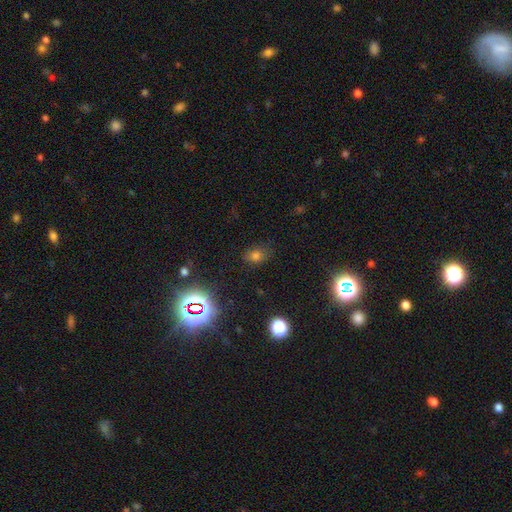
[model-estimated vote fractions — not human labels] smooth 68%, star or artifact 24%, featured or disk 8%. Down the decision tree: how rounded — in between (68%); merging — none (79%).